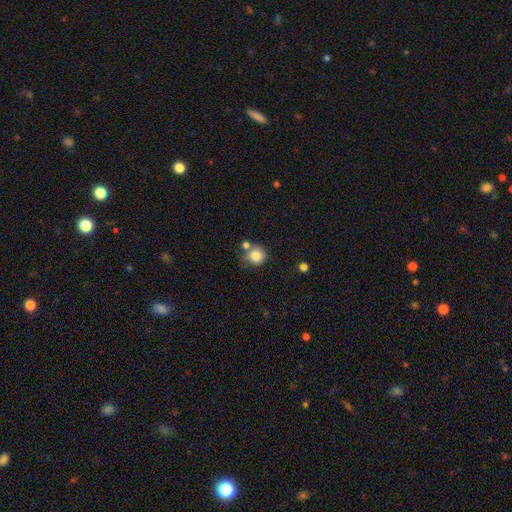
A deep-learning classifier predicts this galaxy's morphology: Smooth or featured: smooth — 83% (star or artifact — 10%)
How rounded: round — 90% (in between — 9%)
Merging: none — 62% (merger — 20%)